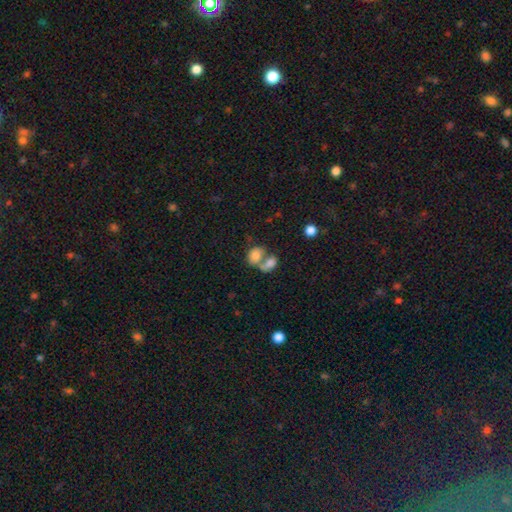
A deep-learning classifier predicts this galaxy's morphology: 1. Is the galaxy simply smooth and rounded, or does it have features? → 77% smooth, 13% featured or disk, 9% star or artifact.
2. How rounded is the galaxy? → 68% in between, 31% round, 1% cigar-shaped.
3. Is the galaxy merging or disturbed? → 66% merger, 21% none, 7% minor disturbance, 6% major disturbance.